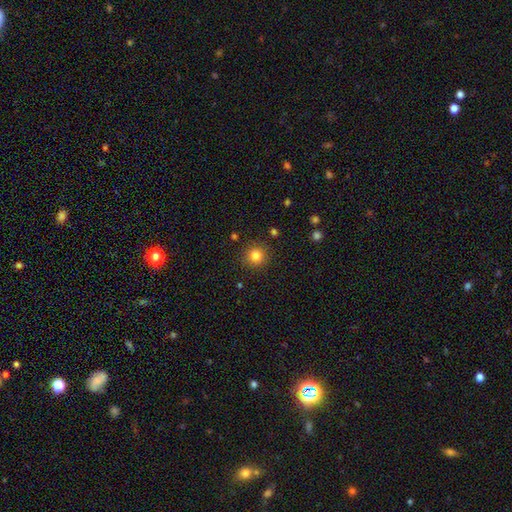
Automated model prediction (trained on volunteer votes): smooth_or_featured: smooth (p=0.82) [alt: star or artifact p=0.12]
how_rounded: round (p=0.94) [alt: in between p=0.05]
merging: none (p=0.90) [alt: minor disturbance p=0.06]